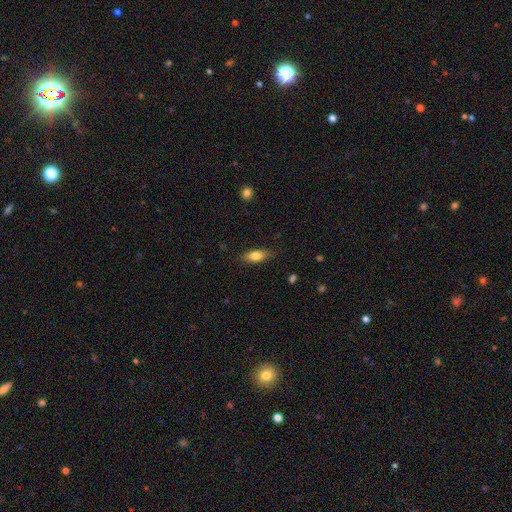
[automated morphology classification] Smooth or featured? smooth (77%)
How rounded? in between (76%)
Merging? none (83%)